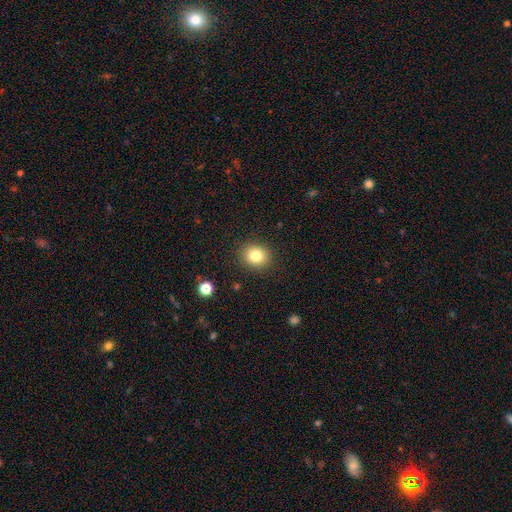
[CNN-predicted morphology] smooth-or-featured: smooth: 81% | star or artifact: 11% | featured or disk: 8%
  how-rounded: round: 72% | in between: 27% | cigar-shaped: 1%
  merging: none: 89% | minor disturbance: 7% | major disturbance: 2% | merger: 1%